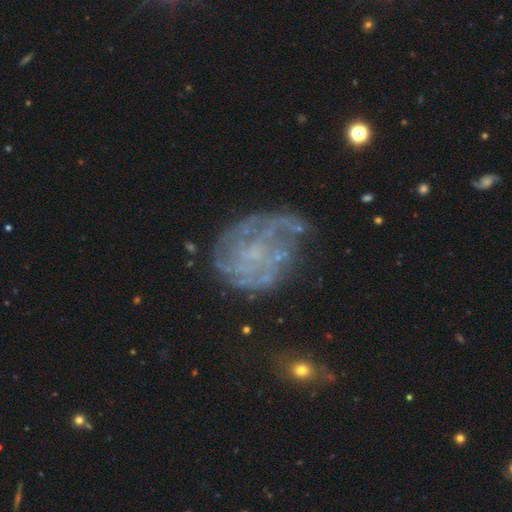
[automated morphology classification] smooth_or_featured: featured or disk (p=0.76) [alt: smooth p=0.13]
disk_edge_on: no (p=0.98) [alt: yes p=0.02]
bar: no (p=0.74) [alt: weak p=0.21]
has_spiral_arms: yes (p=0.75) [alt: no p=0.25]
spiral_winding: tight (p=0.51) [alt: medium p=0.32]
spiral_arm_count: can't tell (p=0.46) [alt: 3 p=0.15]
bulge_size: none (p=0.50) [alt: small p=0.39]
merging: none (p=0.54) [alt: minor disturbance p=0.23]